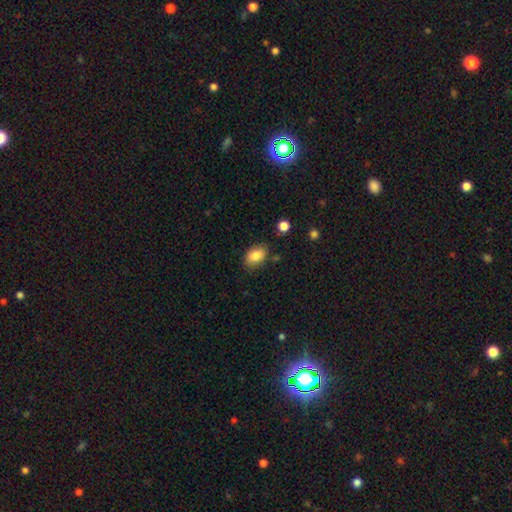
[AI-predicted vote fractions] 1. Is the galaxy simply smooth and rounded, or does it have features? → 85% smooth, 8% star or artifact, 8% featured or disk.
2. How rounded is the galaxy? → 86% in between, 13% round, 1% cigar-shaped.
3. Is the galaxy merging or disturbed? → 78% none, 15% minor disturbance, 3% major disturbance, 3% merger.